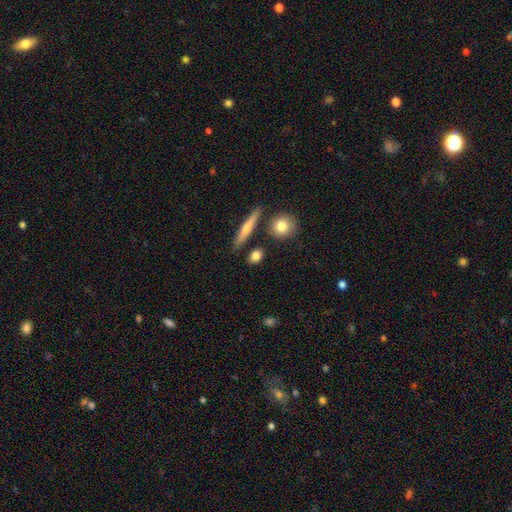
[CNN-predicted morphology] This is likely a smooth galaxy (80%). How rounded: marginally in between (45%). Merging: clearly none (81%).